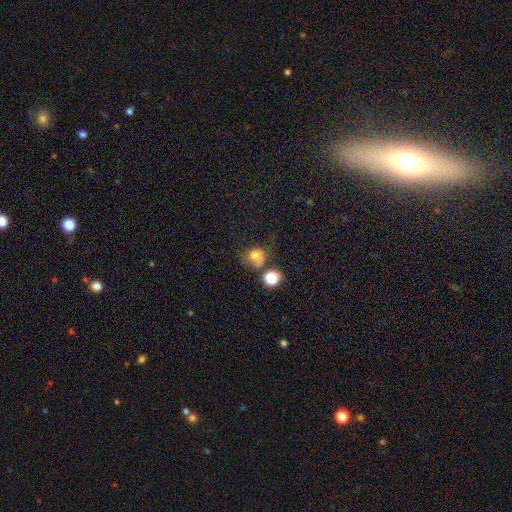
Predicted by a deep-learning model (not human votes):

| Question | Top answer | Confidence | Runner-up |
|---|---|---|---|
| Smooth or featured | smooth | 71% | star or artifact (16%) |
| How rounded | round | 69% | in between (30%) |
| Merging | none | 40% | merger (23%) |